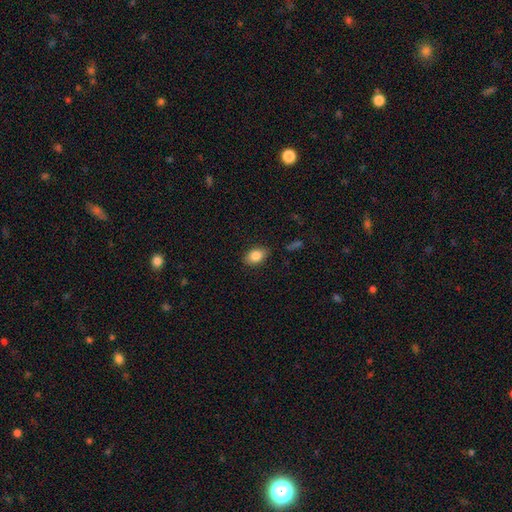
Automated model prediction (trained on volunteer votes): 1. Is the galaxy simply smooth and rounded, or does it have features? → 85% smooth, 8% star or artifact, 7% featured or disk.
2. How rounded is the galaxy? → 84% in between, 14% round, 2% cigar-shaped.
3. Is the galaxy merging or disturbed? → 84% none, 12% minor disturbance, 3% major disturbance, 1% merger.